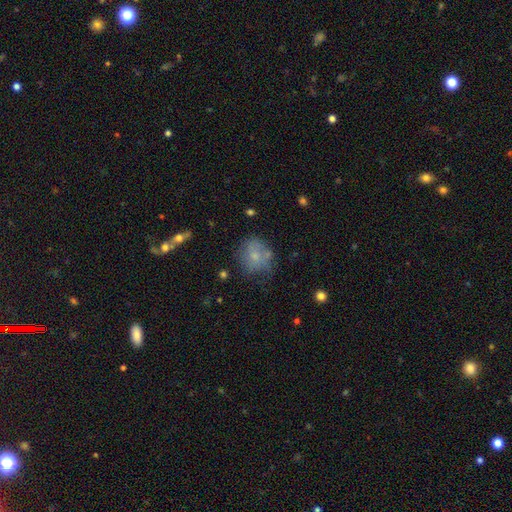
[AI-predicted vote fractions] smooth 64%, featured or disk 25%, star or artifact 11%. Down the decision tree: how rounded — round (70%); merging — none (53%).